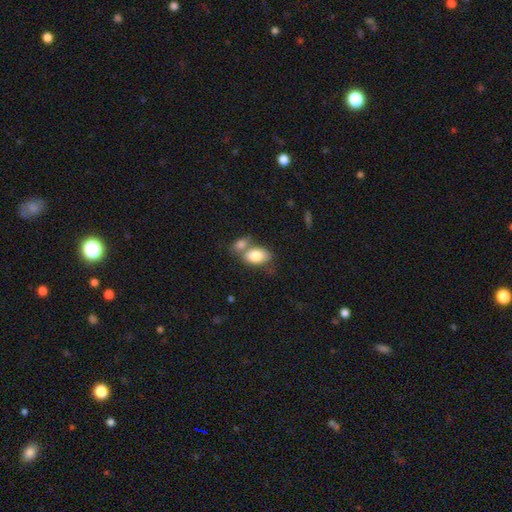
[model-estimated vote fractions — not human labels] This is clearly a smooth galaxy (81%). How rounded: clearly in between (89%). Merging: possibly merger (47%).